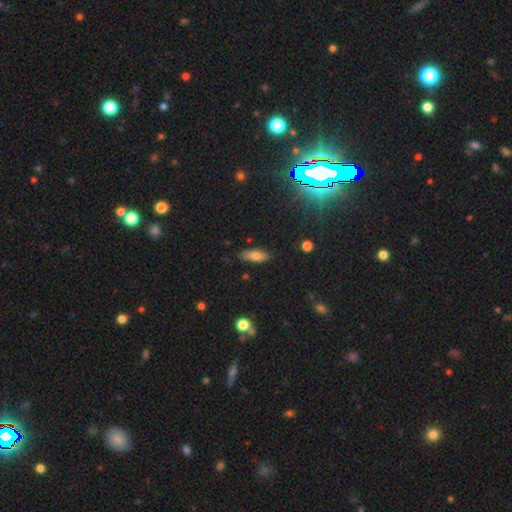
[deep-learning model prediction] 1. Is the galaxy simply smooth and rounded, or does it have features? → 78% smooth, 12% featured or disk, 9% star or artifact.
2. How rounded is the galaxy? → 67% in between, 31% cigar-shaped, 2% round.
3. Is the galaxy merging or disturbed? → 82% none, 13% minor disturbance, 3% major disturbance, 2% merger.